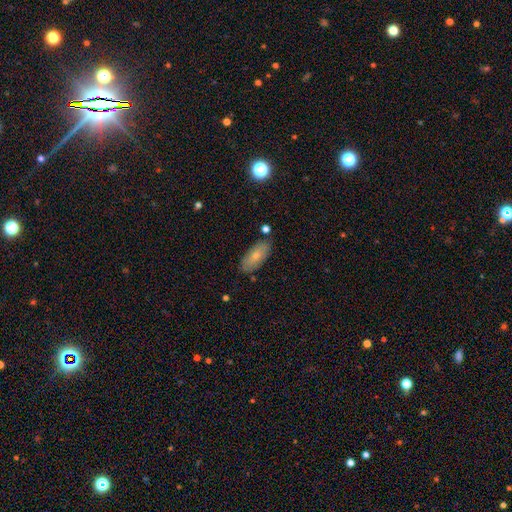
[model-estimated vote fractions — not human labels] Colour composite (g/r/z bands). It shows a smooth galaxy with no disk features (75%) that is in between round and cigar-shaped (85%). Merging: none (81%).